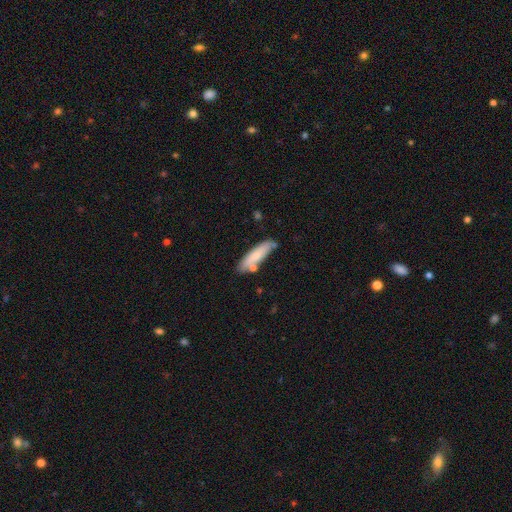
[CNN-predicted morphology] This is likely a smooth galaxy (76%). How rounded: likely cigar-shaped (71%). Merging: likely none (75%).